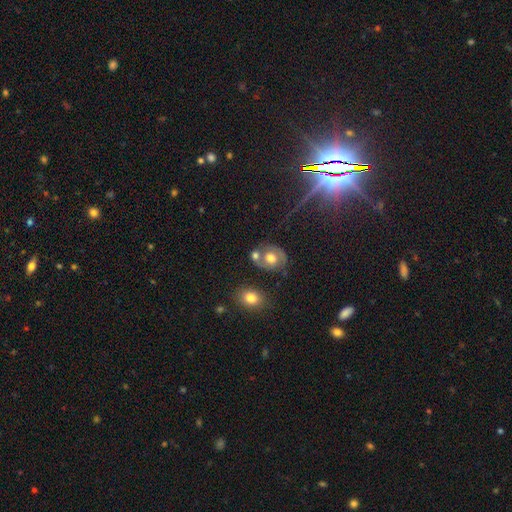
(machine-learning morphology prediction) Smooth or featured? star or artifact (45%)